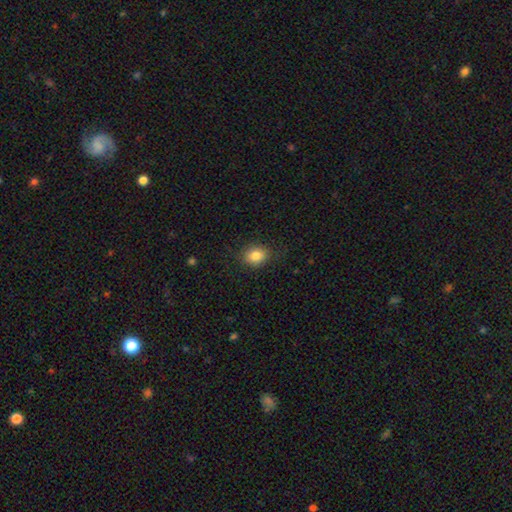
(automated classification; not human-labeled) This appears to be a smooth galaxy with no disk features (84%) that is round (55%). Merging: none (82%).